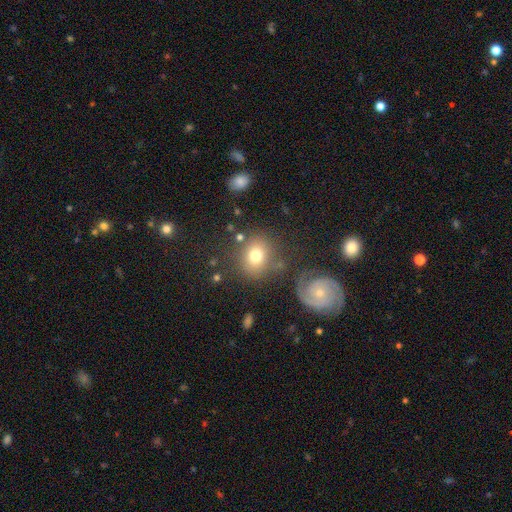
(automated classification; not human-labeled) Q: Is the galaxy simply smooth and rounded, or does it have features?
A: smooth — 71%.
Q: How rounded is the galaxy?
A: round — 71%.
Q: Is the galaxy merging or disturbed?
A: none — 72%.